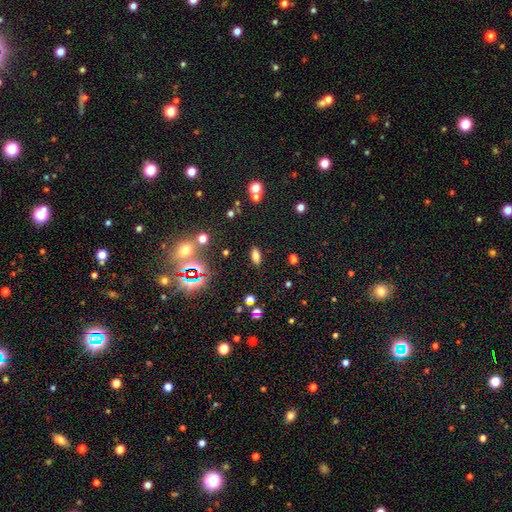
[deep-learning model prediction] Smooth or featured? Predicted: smooth (p=0.72). How rounded? Predicted: in between (p=0.87). Merging? Predicted: none (p=0.87).